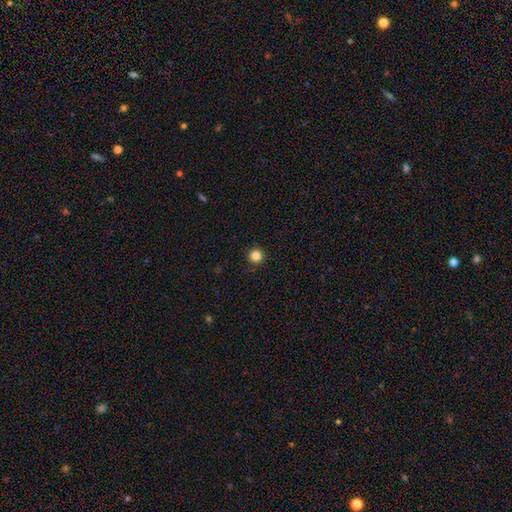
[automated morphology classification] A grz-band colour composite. It shows a smooth galaxy with no disk features (83%) that is round (96%). Merging: none (92%).